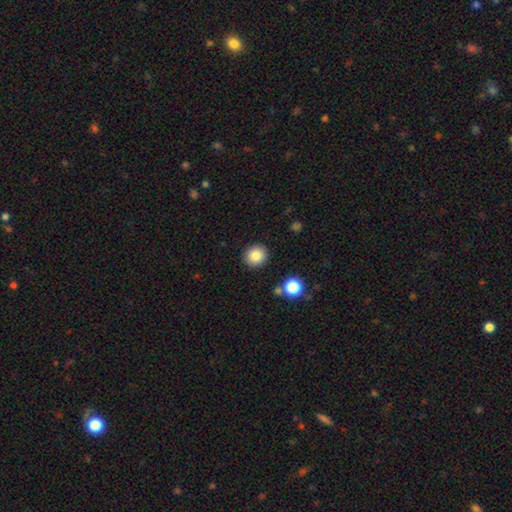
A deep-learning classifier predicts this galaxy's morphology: A smooth galaxy with no disk features (84%) that is round (88%).

Vote fractions:
- Smooth or featured? smooth: 84% / star or artifact: 10% / featured or disk: 6%
- How rounded? round: 88% / in between: 11% / cigar-shaped: 1%
- Merging? none: 90% / minor disturbance: 6% / merger: 2% / major disturbance: 2%